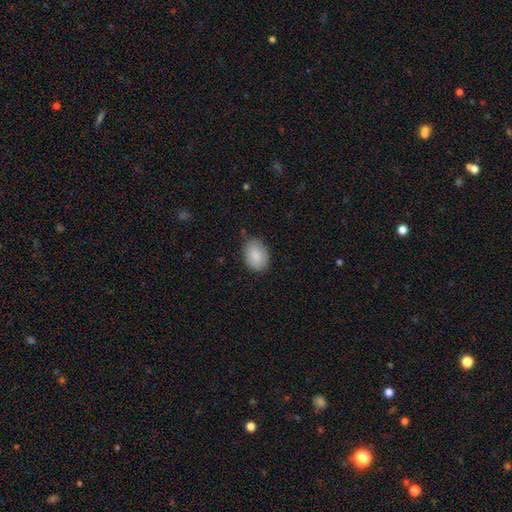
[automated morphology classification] Smooth or featured: smooth — 87% (featured or disk — 7%)
How rounded: in between — 82% (round — 17%)
Merging: none — 75% (minor disturbance — 20%)